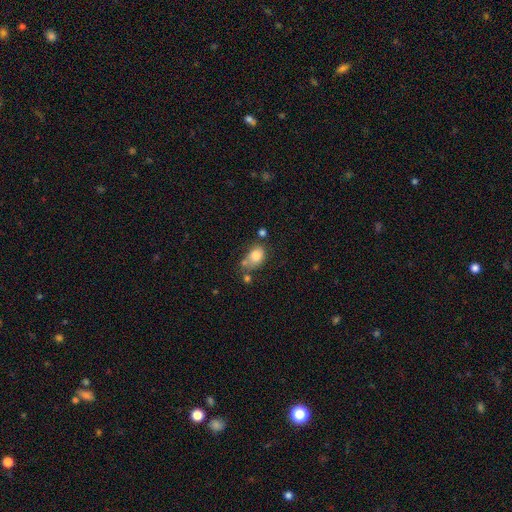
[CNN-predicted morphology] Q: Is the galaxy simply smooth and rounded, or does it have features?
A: smooth — 81%.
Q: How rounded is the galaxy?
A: in between — 69%.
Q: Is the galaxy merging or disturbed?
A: none — 42%.